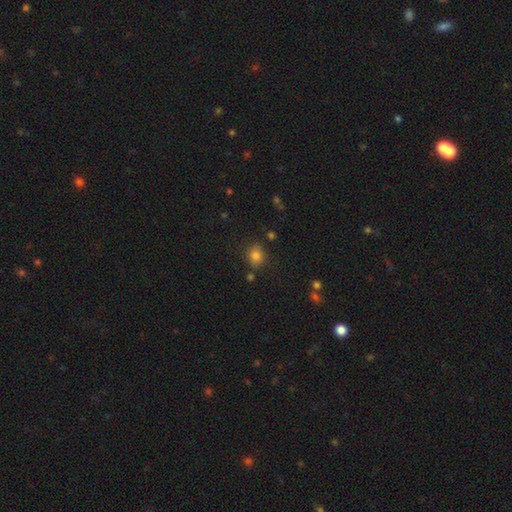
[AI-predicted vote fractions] Q: Smooth or featured?
A: smooth (80%); runner-up: star or artifact (14%)
Q: How rounded?
A: round (64%); runner-up: in between (35%)
Q: Merging?
A: none (79%); runner-up: minor disturbance (13%)